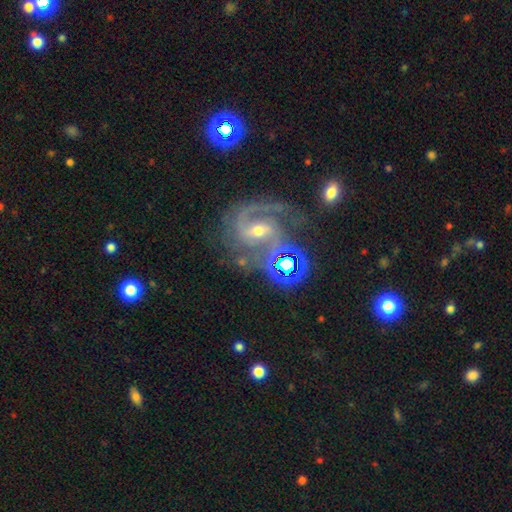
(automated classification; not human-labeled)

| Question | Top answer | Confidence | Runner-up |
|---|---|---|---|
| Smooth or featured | featured or disk | 82% | star or artifact (10%) |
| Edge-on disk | no | 98% | yes (2%) |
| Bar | weak | 45% | no (32%) |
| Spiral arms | yes | 95% | no (5%) |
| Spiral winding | medium | 49% | tight (34%) |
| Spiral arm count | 2 | 72% | 1 (9%) |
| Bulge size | small | 56% | moderate (39%) |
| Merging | none | 52% | merger (18%) |